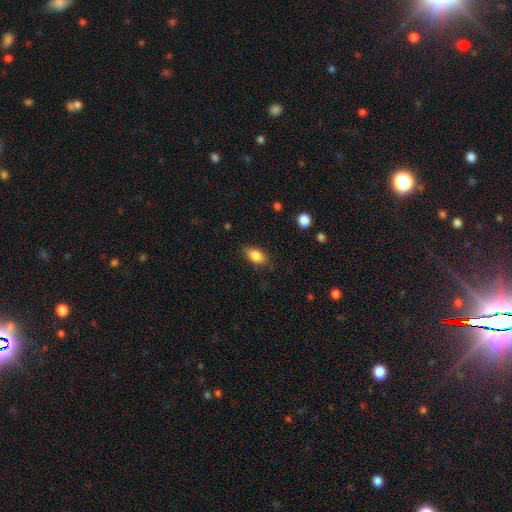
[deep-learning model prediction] A smooth galaxy with no disk features (84%) that is in between round and cigar-shaped (87%). Merging: none (80%).